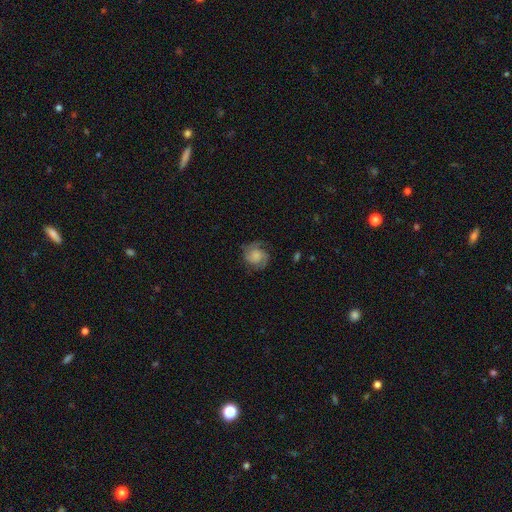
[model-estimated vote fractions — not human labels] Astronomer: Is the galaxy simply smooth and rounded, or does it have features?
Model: featured or disk — 65%.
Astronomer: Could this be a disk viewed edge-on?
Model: no — 98%.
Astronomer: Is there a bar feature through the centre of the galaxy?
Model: no — 74%.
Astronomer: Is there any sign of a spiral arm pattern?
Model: yes — 94%.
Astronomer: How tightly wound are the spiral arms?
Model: tight — 46% (runner-up: medium, 41%).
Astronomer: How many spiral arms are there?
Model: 2 — 62%.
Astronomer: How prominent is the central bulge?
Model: small — 38% (runner-up: none, 27%).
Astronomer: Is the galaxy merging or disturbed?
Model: none — 73%.